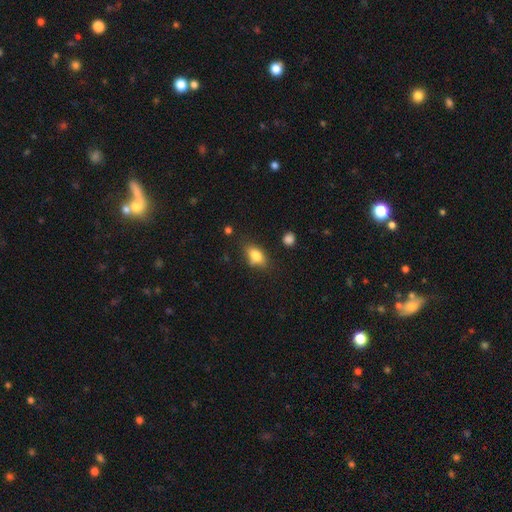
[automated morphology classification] This is likely a smooth galaxy (80%). How rounded: clearly in between (83%). Merging: likely none (71%).